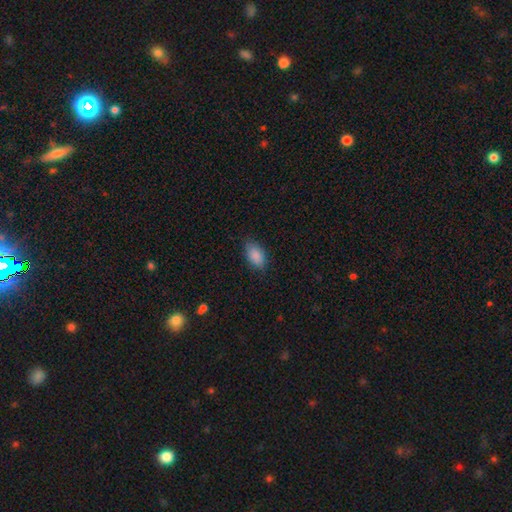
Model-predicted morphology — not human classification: Smooth or featured: smooth — 88% (star or artifact — 7%)
How rounded: in between — 92% (round — 6%)
Merging: none — 81% (minor disturbance — 15%)